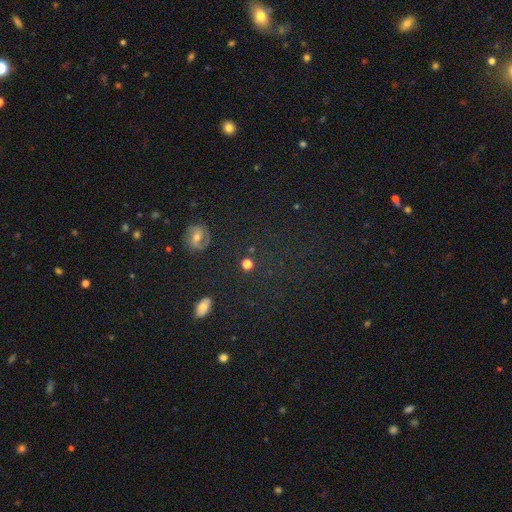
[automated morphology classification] smooth-or-featured: star or artifact: 61% | smooth: 30% | featured or disk: 9%